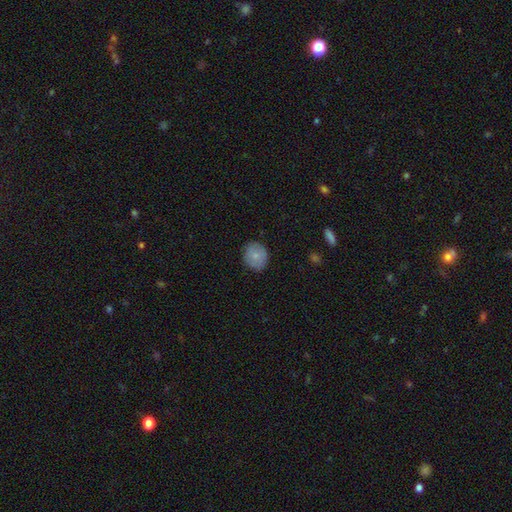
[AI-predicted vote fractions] This appears to be a smooth galaxy with no disk features (80%) that is round (72%). Merging: none (83%).